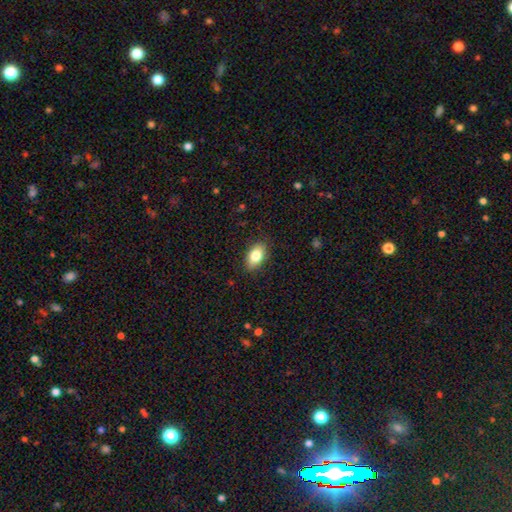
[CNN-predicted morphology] Smooth or featured? smooth (81%)
How rounded? in between (90%)
Merging? none (87%)